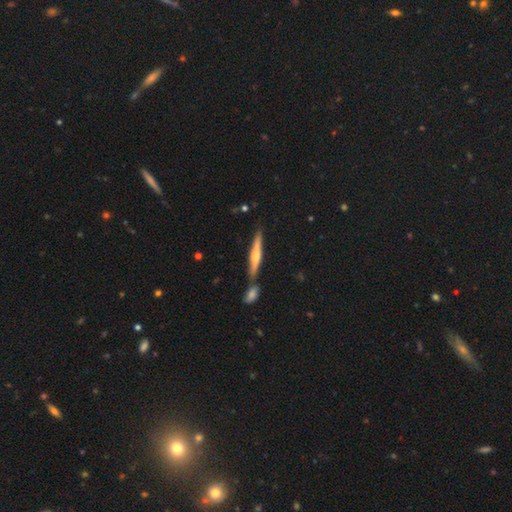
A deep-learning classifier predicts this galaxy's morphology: type=featured or disk (54%); edge-on=yes (95%); edge-on bulge=rounded (77%); merging=none (70%).